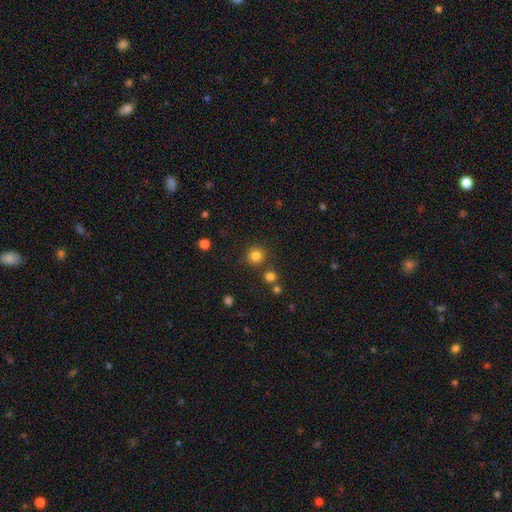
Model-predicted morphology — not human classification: Overall: smooth (81%). How rounded: round (94%). Merging: none (82%).